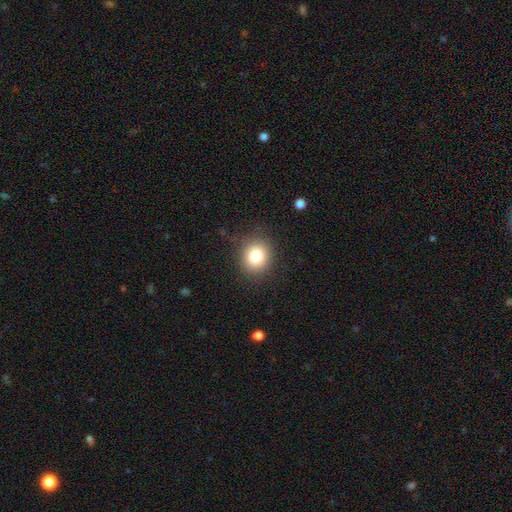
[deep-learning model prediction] The model was most divided on "how rounded": round: 80%, in between: 19%, cigar-shaped: 1%. More confident: merging — none (86%); smooth or featured — smooth (82%).